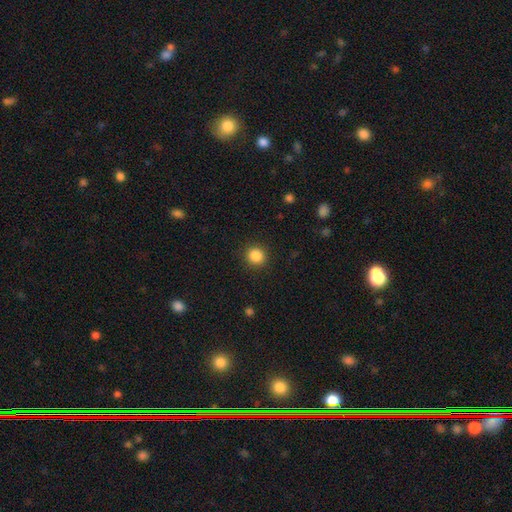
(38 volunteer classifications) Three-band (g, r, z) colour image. It shows a smooth galaxy with no disk features (95%) that is round (94%). Merging: none (97%).